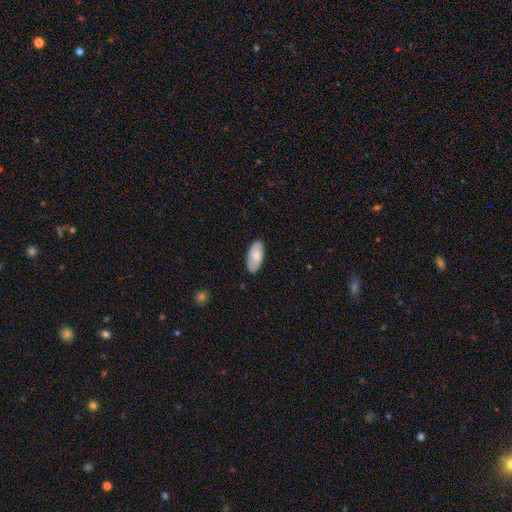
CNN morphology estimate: This is likely a smooth galaxy (79%). How rounded: clearly in between (92%). Merging: clearly none (86%).